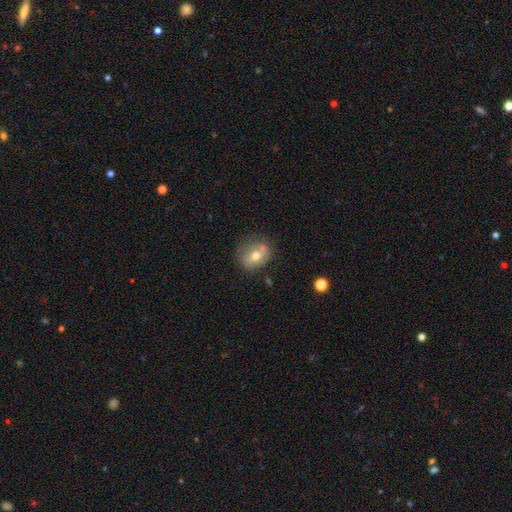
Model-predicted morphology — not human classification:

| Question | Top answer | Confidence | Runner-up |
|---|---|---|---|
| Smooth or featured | smooth | 56% | featured or disk (35%) |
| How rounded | round | 54% | in between (44%) |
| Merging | none | 63% | minor disturbance (24%) |